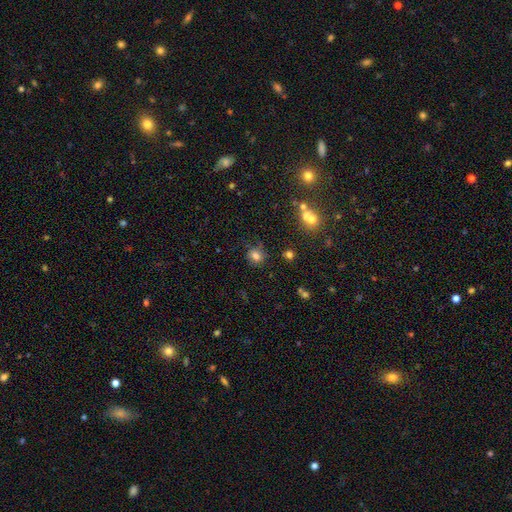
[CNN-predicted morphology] Smooth or featured?
  - smooth: 78% *
  - star or artifact: 14%
  - featured or disk: 8%
How rounded?
  - round: 77% *
  - in between: 22%
  - cigar-shaped: 1%
Merging?
  - none: 74% *
  - minor disturbance: 17%
  - major disturbance: 5%
  - merger: 3%